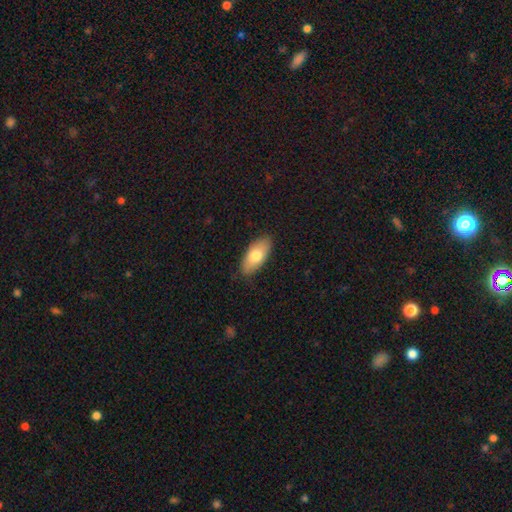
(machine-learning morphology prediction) smooth_or_featured: smooth (p=0.74) [alt: featured or disk p=0.20]
how_rounded: in between (p=0.89) [alt: cigar-shaped p=0.08]
merging: none (p=0.84) [alt: minor disturbance p=0.13]